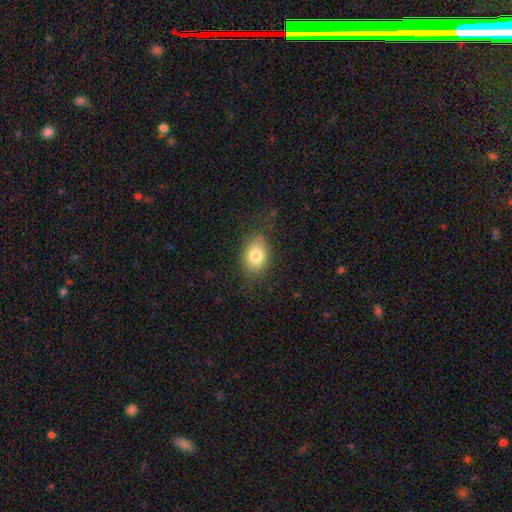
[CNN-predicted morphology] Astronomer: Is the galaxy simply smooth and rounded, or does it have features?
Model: smooth — 81%.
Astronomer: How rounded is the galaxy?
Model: in between — 75%.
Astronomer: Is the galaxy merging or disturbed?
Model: none — 76%.